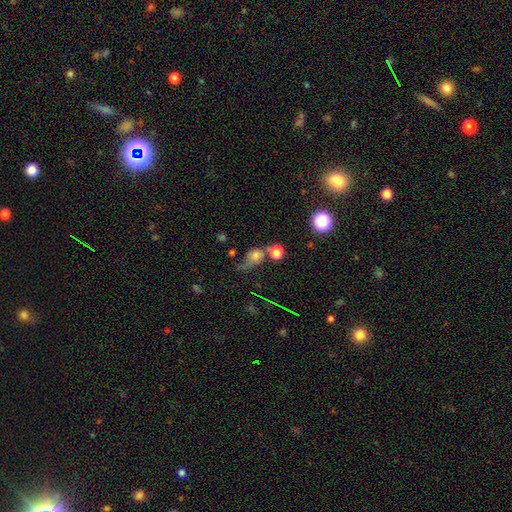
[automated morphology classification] The model was most divided on "merging": none: 31%, merger: 27%, major disturbance: 24%, minor disturbance: 18%. More confident: how rounded — round (60%); smooth or featured — smooth (59%).